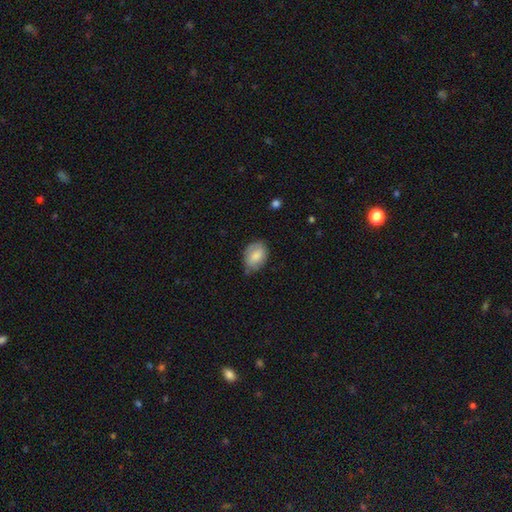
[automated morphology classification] type=smooth (80%); roundness=in between (81%); merging=none (60%).